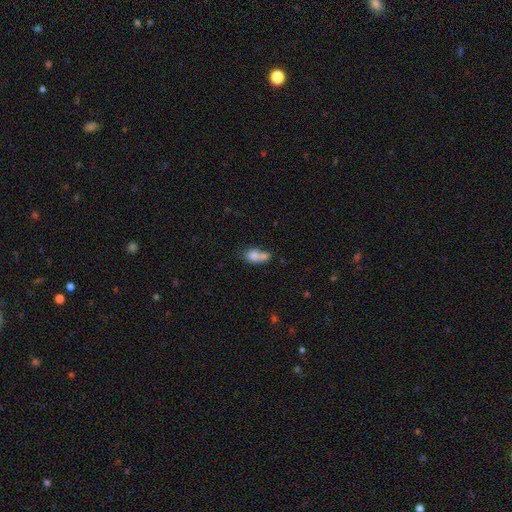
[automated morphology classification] Q: Smooth or featured?
A: smooth (77%); runner-up: featured or disk (13%)
Q: How rounded?
A: in between (69%); runner-up: round (28%)
Q: Merging?
A: merger (58%); runner-up: none (25%)